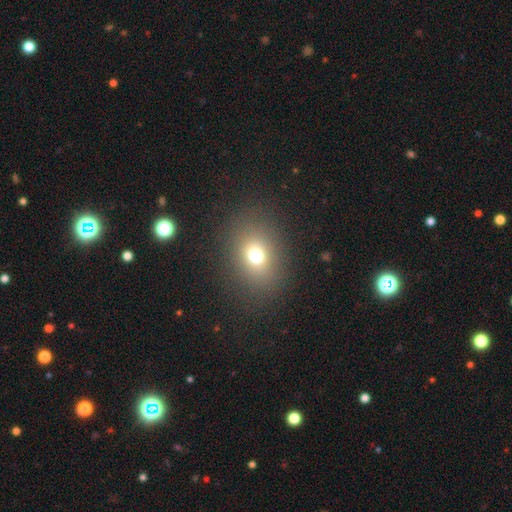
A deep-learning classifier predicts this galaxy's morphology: Smooth or featured? Predicted: smooth (p=0.71). How rounded? Predicted: in between (p=0.54). Merging? Predicted: none (p=0.84).